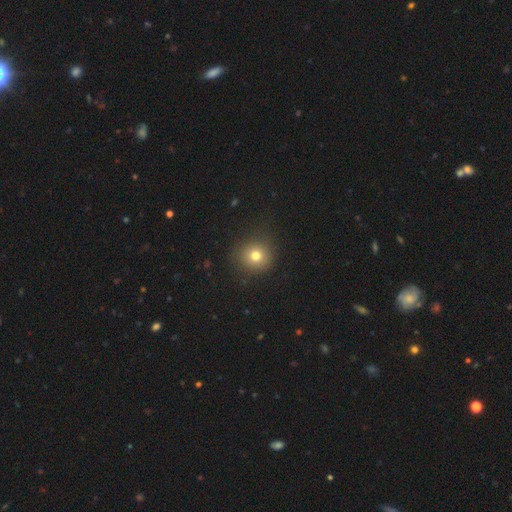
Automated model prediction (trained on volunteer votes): Q: Smooth or featured?
A: smooth (76%); runner-up: star or artifact (15%)
Q: How rounded?
A: round (90%); runner-up: in between (9%)
Q: Merging?
A: none (87%); runner-up: minor disturbance (9%)